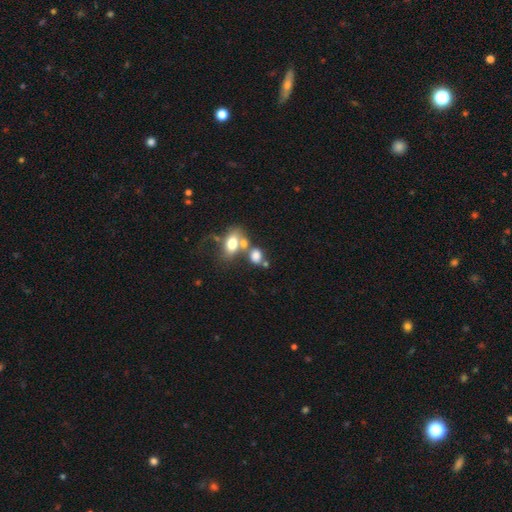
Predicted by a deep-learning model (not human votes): smooth-or-featured: smooth: 74% | featured or disk: 15% | star or artifact: 11%
  how-rounded: in between: 68% | round: 30% | cigar-shaped: 3%
  merging: merger: 47% | none: 34% | minor disturbance: 11% | major disturbance: 8%